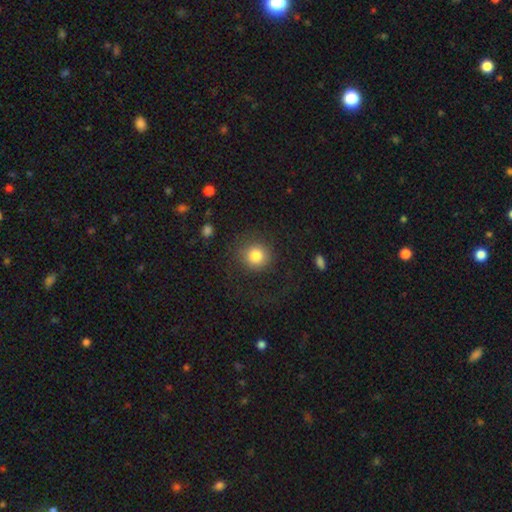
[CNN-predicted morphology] Q: Smooth or featured?
A: smooth (82%); runner-up: star or artifact (10%)
Q: How rounded?
A: round (91%); runner-up: in between (8%)
Q: Merging?
A: none (78%); runner-up: minor disturbance (11%)